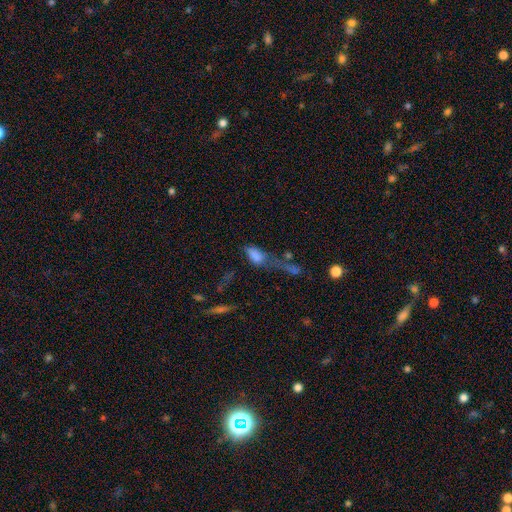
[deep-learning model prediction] This is likely a smooth galaxy (72%). How rounded: clearly in between (85%). Merging: marginally major disturbance (34%).